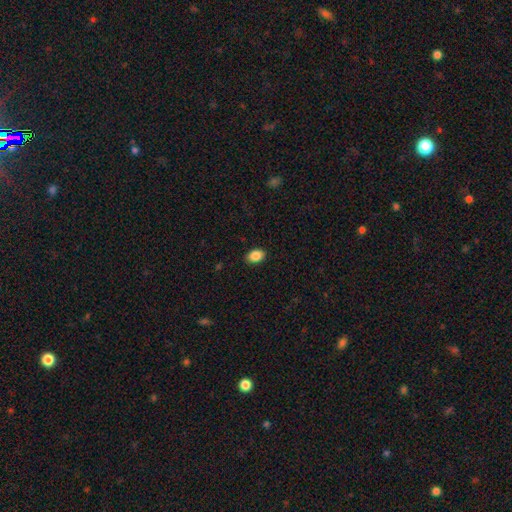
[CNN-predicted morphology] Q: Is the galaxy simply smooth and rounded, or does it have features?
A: smooth — 88%.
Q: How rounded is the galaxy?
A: in between — 84%.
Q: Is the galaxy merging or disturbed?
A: none — 89%.